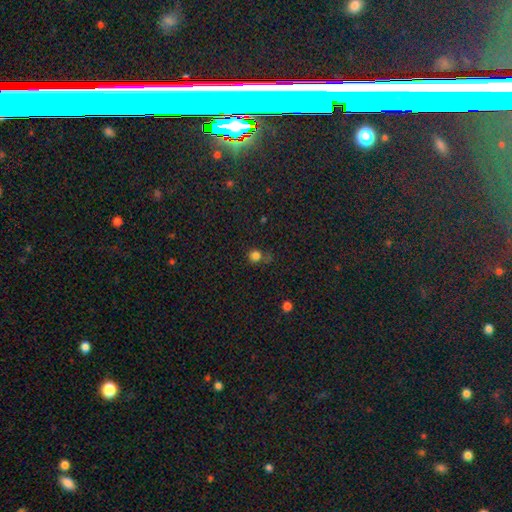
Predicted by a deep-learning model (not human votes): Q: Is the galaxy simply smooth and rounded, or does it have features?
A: smooth — 77%.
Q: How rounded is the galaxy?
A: round — 88%.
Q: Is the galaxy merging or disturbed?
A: none — 69%.